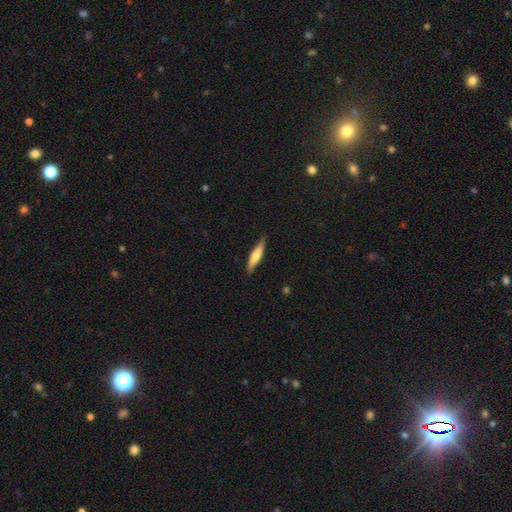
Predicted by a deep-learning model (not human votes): smooth-or-featured: smooth: 56% | featured or disk: 38% | star or artifact: 5%
  how-rounded: cigar-shaped: 79% | in between: 19% | round: 2%
  merging: none: 85% | minor disturbance: 12% | major disturbance: 2% | merger: 1%